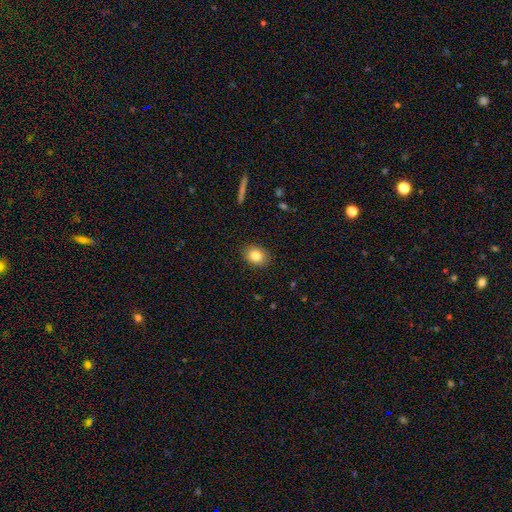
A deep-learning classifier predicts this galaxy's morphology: smooth_or_featured: smooth (p=0.84) [alt: star or artifact p=0.09]
how_rounded: in between (p=0.58) [alt: round p=0.41]
merging: none (p=0.89) [alt: minor disturbance p=0.08]